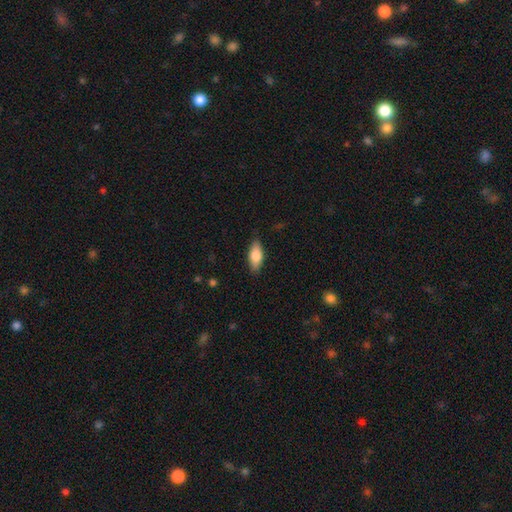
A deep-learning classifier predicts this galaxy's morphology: Q: Smooth or featured?
A: smooth (76%); runner-up: featured or disk (18%)
Q: How rounded?
A: in between (81%); runner-up: cigar-shaped (17%)
Q: Merging?
A: none (85%); runner-up: minor disturbance (11%)